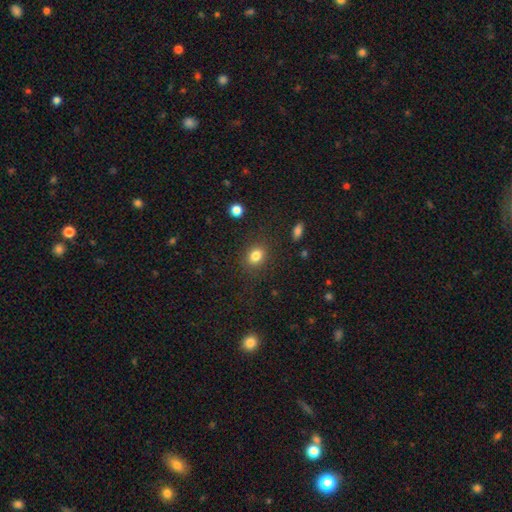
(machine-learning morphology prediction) A smooth galaxy with no disk features (83%) that is round (50%).

Vote fractions:
- Smooth or featured? smooth: 83% / star or artifact: 11% / featured or disk: 6%
- How rounded? round: 50% / in between: 49% / cigar-shaped: 1%
- Merging? none: 85% / minor disturbance: 10% / major disturbance: 4% / merger: 2%